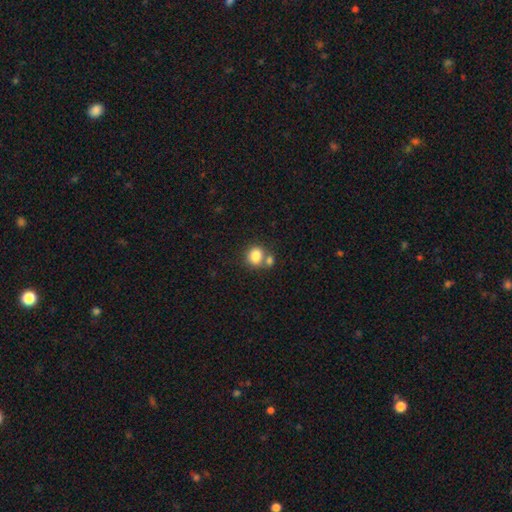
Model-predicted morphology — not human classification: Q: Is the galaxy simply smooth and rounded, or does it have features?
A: smooth — 82%.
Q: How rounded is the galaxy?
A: round — 76%.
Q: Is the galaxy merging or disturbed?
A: none — 50%.